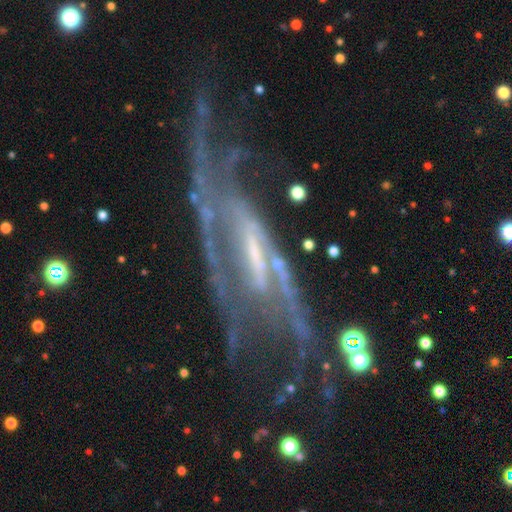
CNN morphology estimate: featured or disk 87%, star or artifact 8%, smooth 5%. Down the decision tree: edge-on disk — no (86%); bar — strong (51%); spiral arms — yes (92%); spiral arm count — 2 (58%); spiral winding — medium (45%); bulge size — small (48%); merging — none (53%).